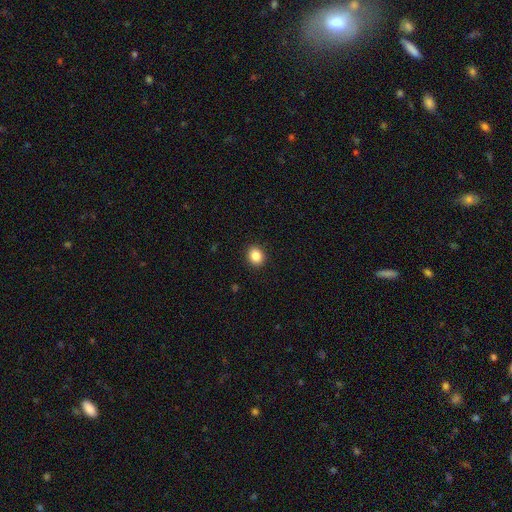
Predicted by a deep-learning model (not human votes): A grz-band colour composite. It shows a smooth galaxy with no disk features (86%) that is round (71%). Merging: none (92%).